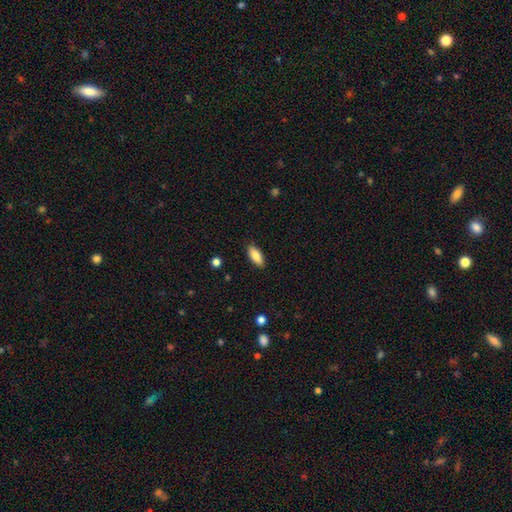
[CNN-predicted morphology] Smooth or featured? smooth (86%)
How rounded? in between (82%)
Merging? none (88%)